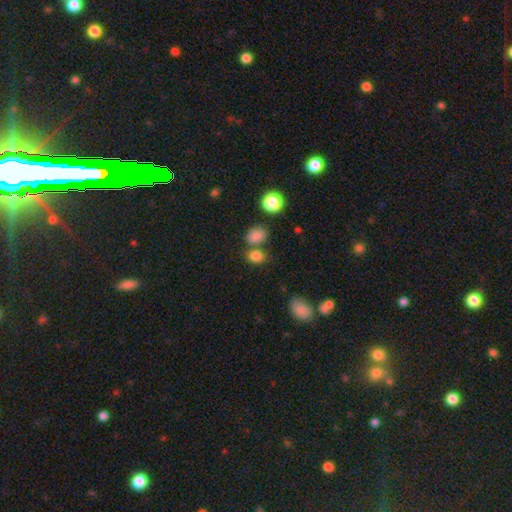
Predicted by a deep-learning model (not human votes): smooth 82%, star or artifact 13%, featured or disk 5%. Down the decision tree: how rounded — in between (58%); merging — none (58%).